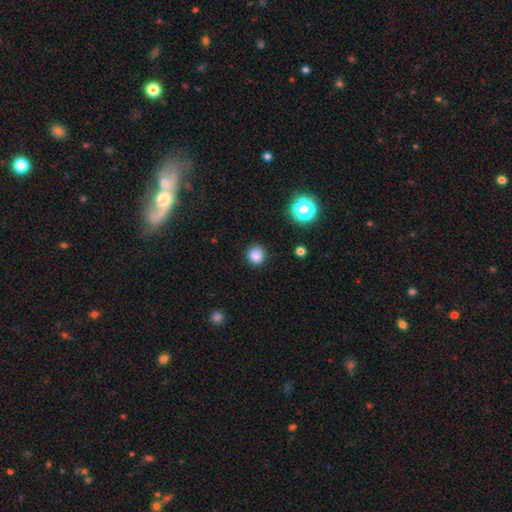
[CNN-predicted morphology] The model was most divided on "smooth or featured": smooth: 83%, star or artifact: 13%, featured or disk: 4%. More confident: how rounded — round (89%); merging — none (87%).